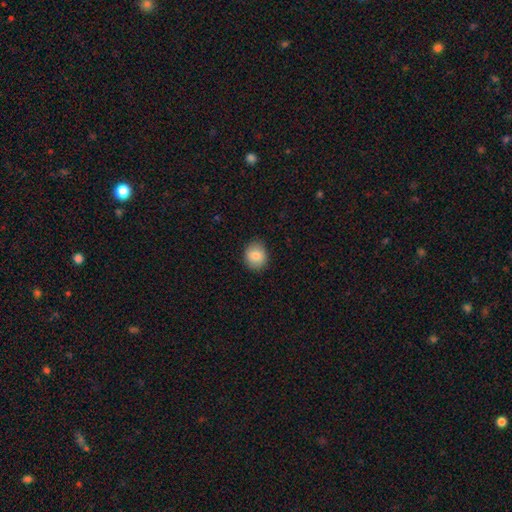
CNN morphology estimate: Smooth or featured? smooth (85%)
How rounded? round (70%)
Merging? none (88%)